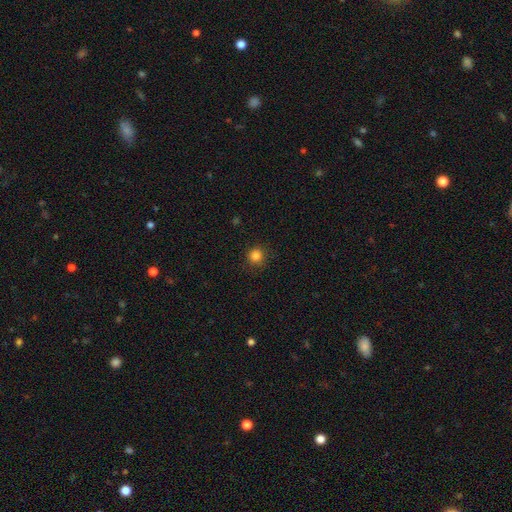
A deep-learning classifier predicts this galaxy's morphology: Q: Smooth or featured?
A: smooth (83%); runner-up: star or artifact (13%)
Q: How rounded?
A: round (94%); runner-up: in between (5%)
Q: Merging?
A: none (89%); runner-up: minor disturbance (7%)